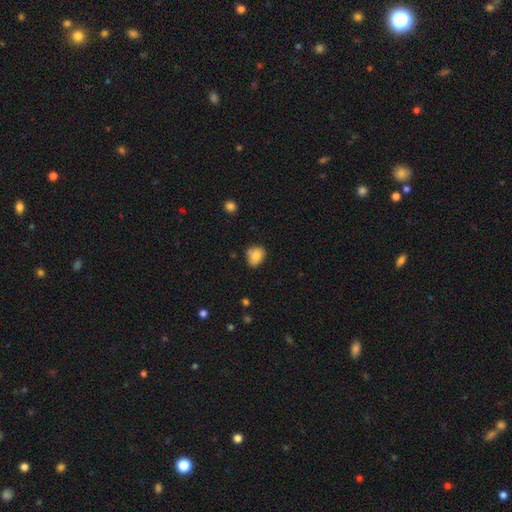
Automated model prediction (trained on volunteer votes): Overall: smooth (80%). How rounded: round (57%; in between 42%). Merging: none (67%).